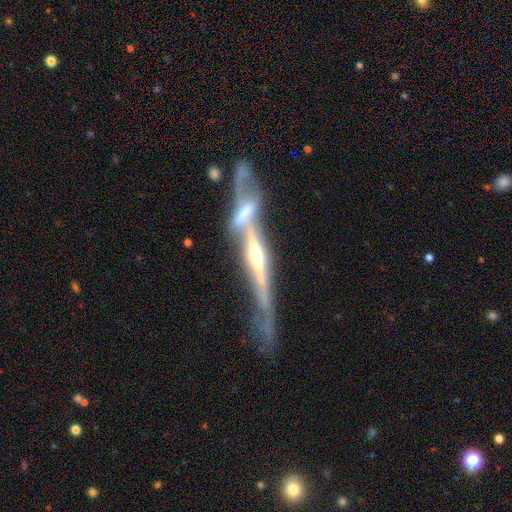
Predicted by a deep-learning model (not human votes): This appears to be a featured or disk galaxy (83%) viewed edge-on (87%) with a rounded central bulge (75%). Merging: merger (48%).